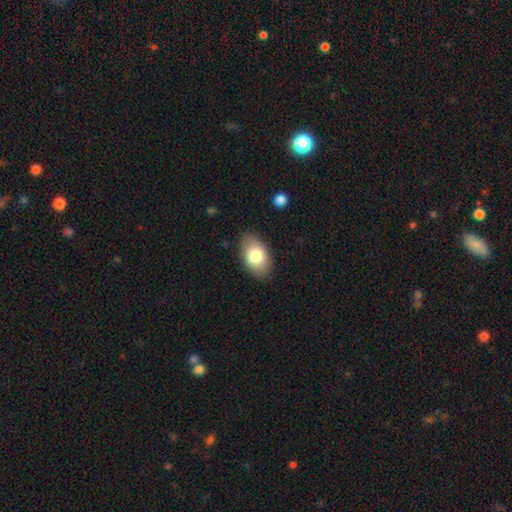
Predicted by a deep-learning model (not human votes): Smooth or featured? Predicted: smooth (p=0.80). How rounded? Predicted: in between (p=0.92). Merging? Predicted: none (p=0.84).